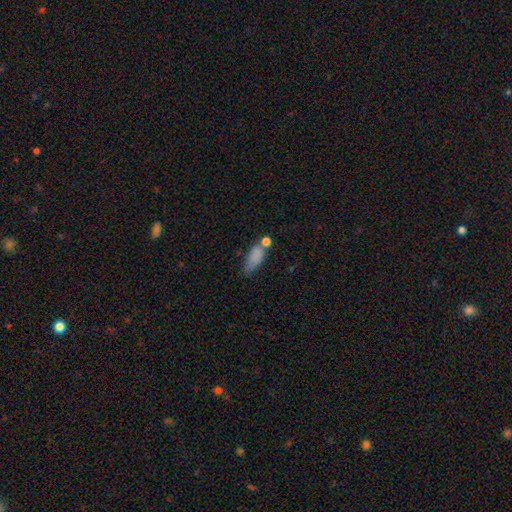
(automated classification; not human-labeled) This appears to be a smooth galaxy with no disk features (78%) that is in between round and cigar-shaped (74%). Merging: none (37%).